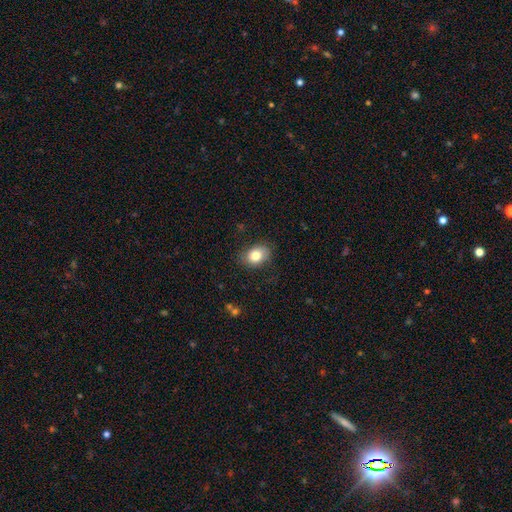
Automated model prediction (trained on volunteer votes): The model was most divided on "how rounded": in between: 73%, round: 26%, cigar-shaped: 1%. More confident: merging — none (82%); smooth or featured — smooth (81%).